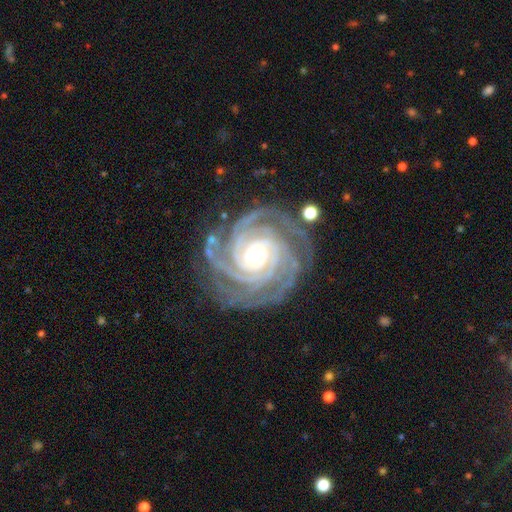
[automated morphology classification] type=featured or disk (94%); edge-on=no (98%); bar=no (64%); spiral arms=yes (99%); winding=tight (85%); arm count=4 (34%); bulge=moderate (57%); merging=none (80%).